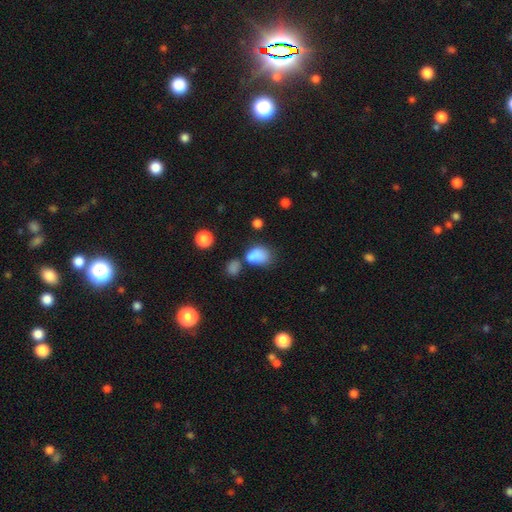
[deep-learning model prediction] Smooth or featured?
  - smooth: 80% *
  - star or artifact: 11%
  - featured or disk: 9%
How rounded?
  - in between: 67% *
  - round: 31%
  - cigar-shaped: 1%
Merging?
  - none: 36% *
  - merger: 35%
  - minor disturbance: 19%
  - major disturbance: 11%